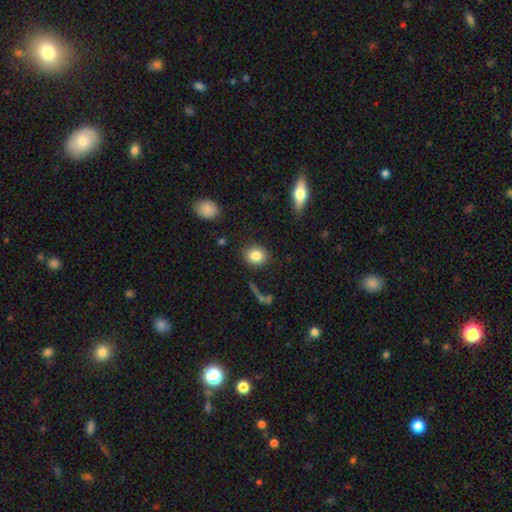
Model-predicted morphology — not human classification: smooth 84%, star or artifact 9%, featured or disk 7%. Down the decision tree: how rounded — round (68%); merging — none (85%).